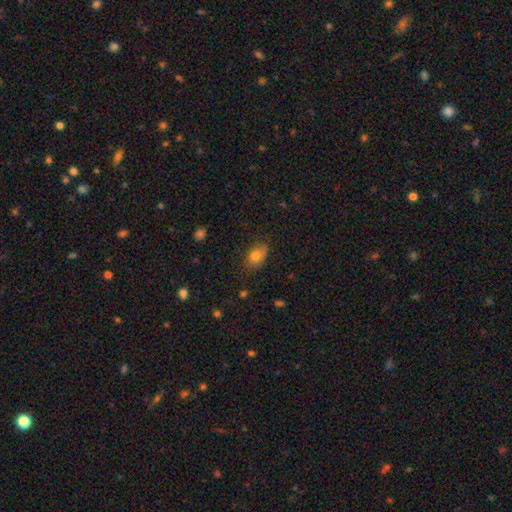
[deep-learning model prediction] A smooth galaxy with no disk features (76%) that is in between round and cigar-shaped (84%).

Vote fractions:
- Smooth or featured? smooth: 76% / featured or disk: 14% / star or artifact: 10%
- How rounded? in between: 84% / round: 13% / cigar-shaped: 3%
- Merging? none: 74% / minor disturbance: 20% / major disturbance: 4% / merger: 1%